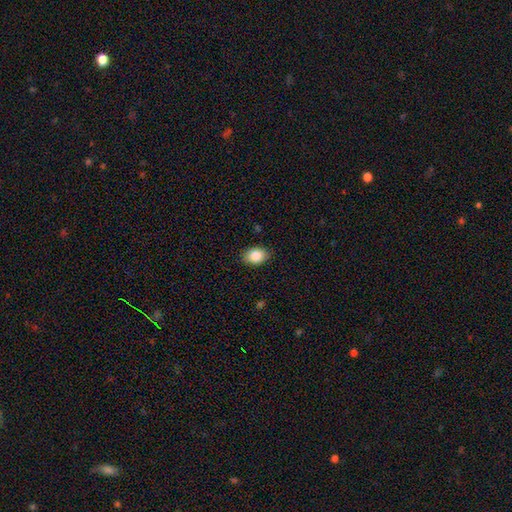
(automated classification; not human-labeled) This is clearly a smooth galaxy (86%). How rounded: likely in between (75%). Merging: clearly none (84%).